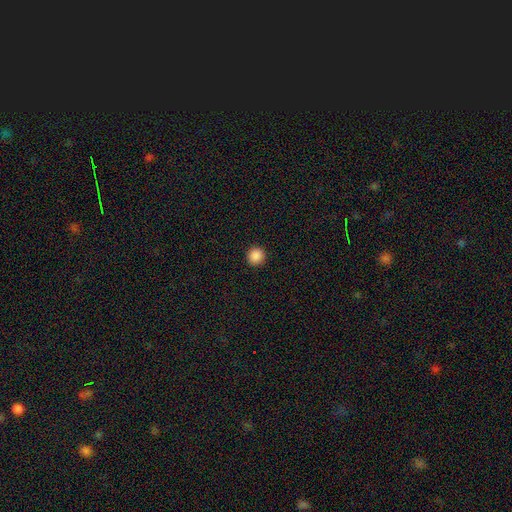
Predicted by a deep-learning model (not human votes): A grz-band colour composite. It shows a smooth galaxy with no disk features (88%) that is round (95%). Merging: none (93%).